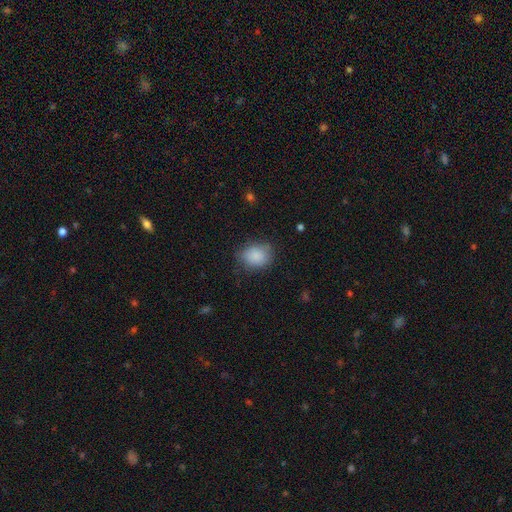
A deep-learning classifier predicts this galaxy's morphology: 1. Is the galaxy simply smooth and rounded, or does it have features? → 87% smooth, 8% star or artifact, 5% featured or disk.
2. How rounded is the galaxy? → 52% in between, 47% round, 1% cigar-shaped.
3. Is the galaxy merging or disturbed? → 73% none, 20% minor disturbance, 5% major disturbance, 1% merger.